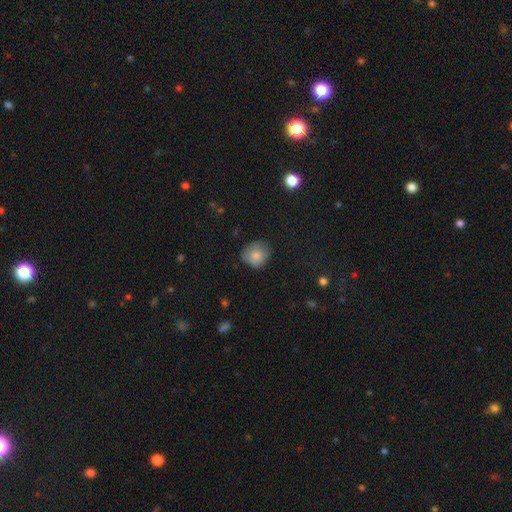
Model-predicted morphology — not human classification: type=smooth (80%); roundness=round (80%); merging=none (69%).